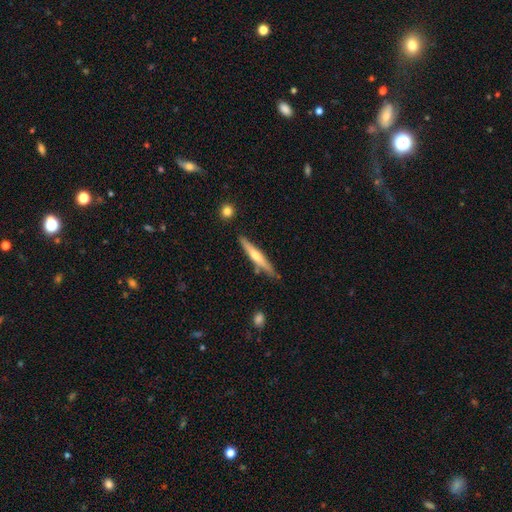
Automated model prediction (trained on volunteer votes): Morphology: type=featured or disk (56%); edge-on=yes (96%); edge-on bulge=rounded (77%); merging=none (82%).